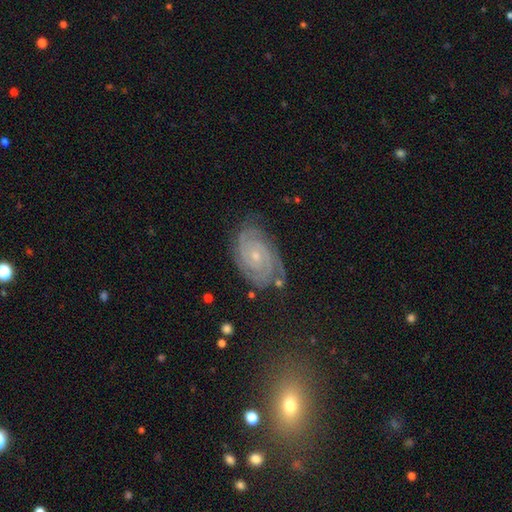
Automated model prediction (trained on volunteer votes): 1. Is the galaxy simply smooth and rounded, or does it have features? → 87% featured or disk, 7% star or artifact, 6% smooth.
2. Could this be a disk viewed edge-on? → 97% no, 3% yes.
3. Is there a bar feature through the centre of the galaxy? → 68% no, 26% weak, 7% strong.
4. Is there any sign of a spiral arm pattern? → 98% yes, 2% no.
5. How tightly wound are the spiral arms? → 81% tight, 17% medium, 3% loose.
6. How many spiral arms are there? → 52% 2, 19% 3, 13% can't tell, 8% 4, 4% more than 4, 4% 1.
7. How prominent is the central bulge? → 75% small, 21% moderate, 2% none, 1% large, 1% dominant.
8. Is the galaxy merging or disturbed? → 77% none, 17% minor disturbance, 5% major disturbance, 2% merger.